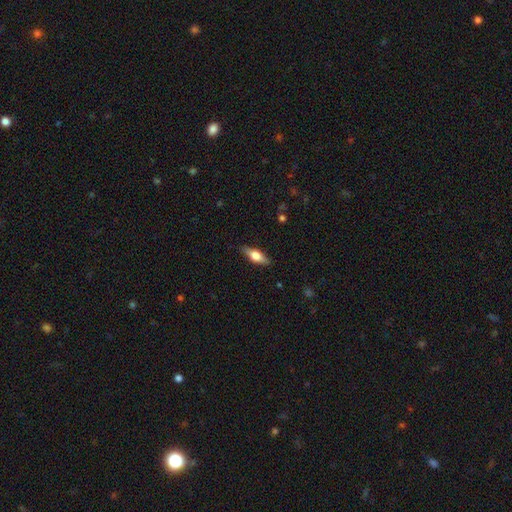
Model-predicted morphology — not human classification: Overall: smooth (55%; featured or disk 38%). How rounded: in between (60%; cigar-shaped 37%). Merging: none (84%).